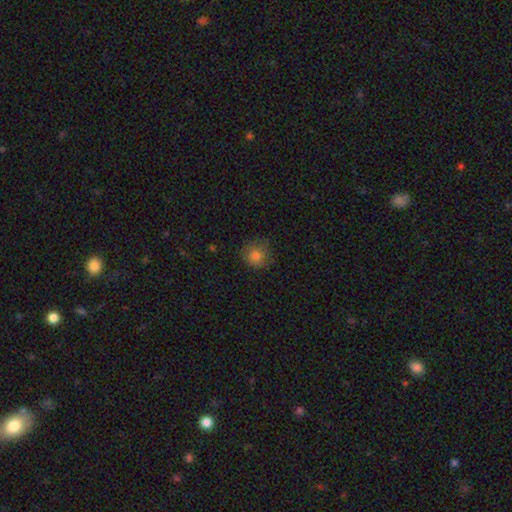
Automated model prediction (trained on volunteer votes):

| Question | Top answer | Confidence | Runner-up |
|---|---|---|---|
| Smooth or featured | smooth | 82% | star or artifact (11%) |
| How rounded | round | 89% | in between (10%) |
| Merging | none | 77% | minor disturbance (17%) |